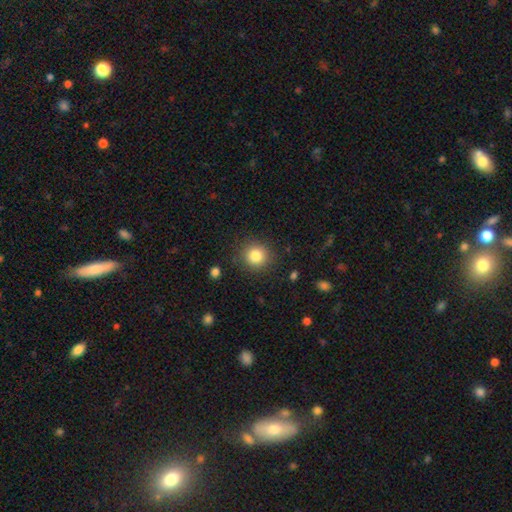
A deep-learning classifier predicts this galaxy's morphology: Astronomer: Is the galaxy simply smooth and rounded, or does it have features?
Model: smooth — 83%.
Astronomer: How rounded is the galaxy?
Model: round — 90%.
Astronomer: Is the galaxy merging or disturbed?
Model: none — 88%.